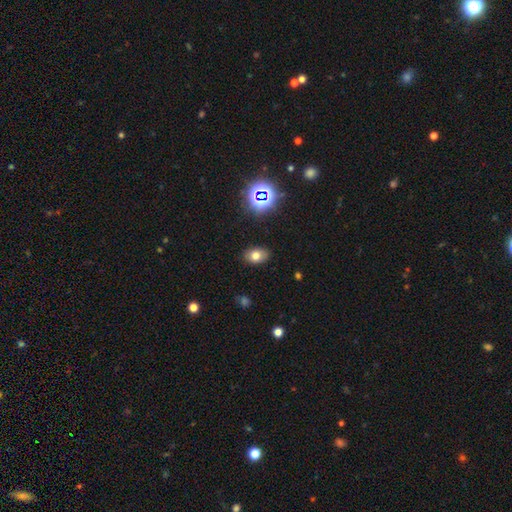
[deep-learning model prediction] This appears to be a smooth galaxy with no disk features (72%) that is in between round and cigar-shaped (81%). Merging: none (85%).